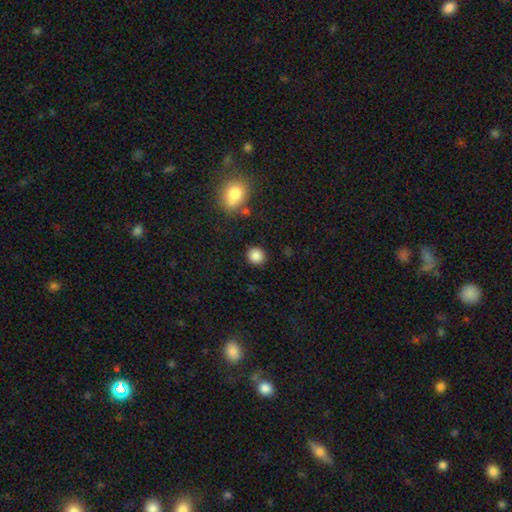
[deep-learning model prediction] smooth_or_featured: smooth (p=0.86) [alt: star or artifact p=0.10]
how_rounded: round (p=0.87) [alt: in between p=0.12]
merging: none (p=0.89) [alt: minor disturbance p=0.06]